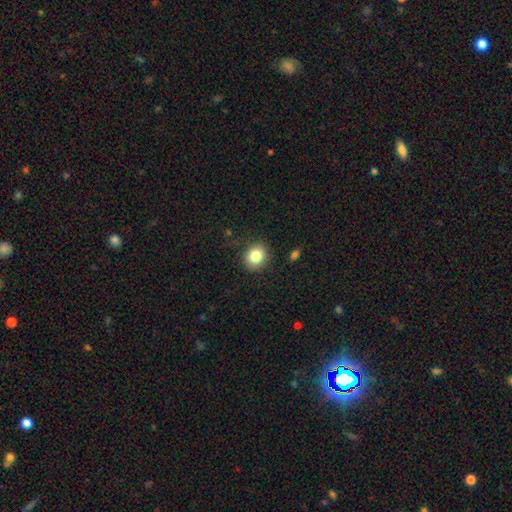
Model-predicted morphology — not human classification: A smooth galaxy with no disk features (82%) that is round (74%).

Vote fractions:
- Smooth or featured? smooth: 82% / star or artifact: 11% / featured or disk: 7%
- How rounded? round: 74% / in between: 25% / cigar-shaped: 1%
- Merging? none: 86% / minor disturbance: 10% / major disturbance: 3% / merger: 1%